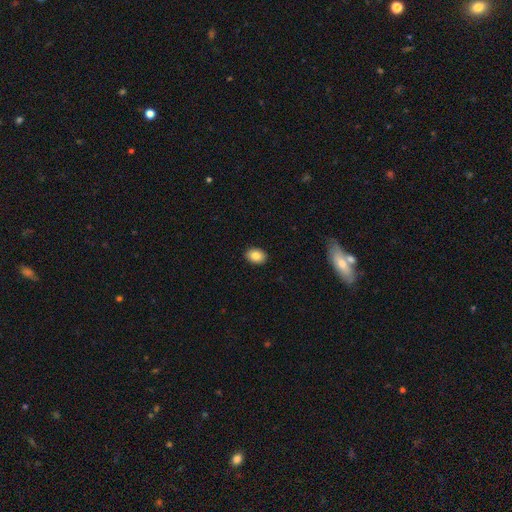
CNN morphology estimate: smooth-or-featured: smooth: 86% | star or artifact: 8% | featured or disk: 5%
  how-rounded: in between: 74% | round: 25% | cigar-shaped: 1%
  merging: none: 90% | minor disturbance: 7% | major disturbance: 2% | merger: 1%